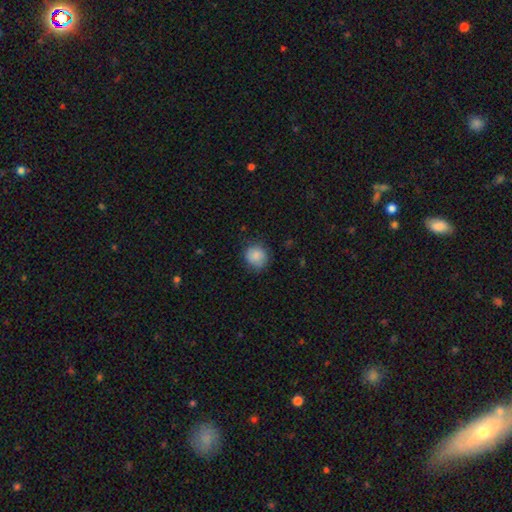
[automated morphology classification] smooth_or_featured: smooth (p=0.84) [alt: star or artifact p=0.08]
how_rounded: round (p=0.85) [alt: in between p=0.14]
merging: none (p=0.76) [alt: minor disturbance p=0.18]